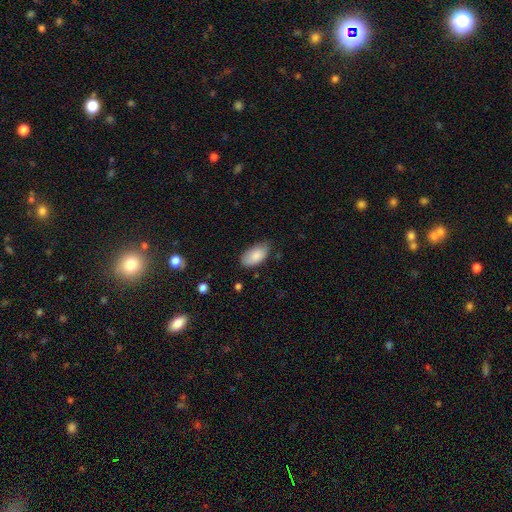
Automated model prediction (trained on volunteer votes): Smooth or featured: smooth — 85% (featured or disk — 8%)
How rounded: in between — 95% (round — 3%)
Merging: none — 72% (minor disturbance — 23%)